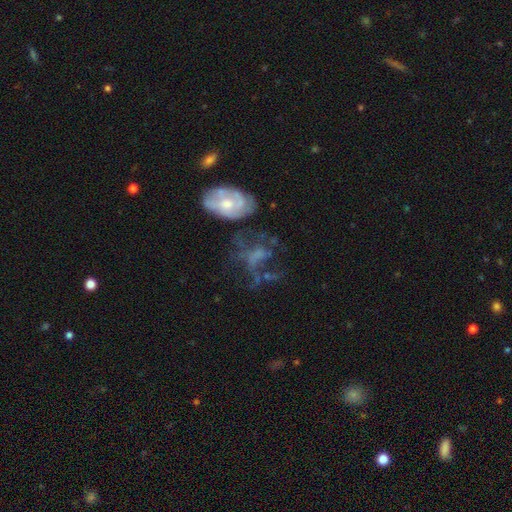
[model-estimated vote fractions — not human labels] A featured or disk galaxy (54%) with no bar (75%), no spiral arms (62%) and no central bulge (42%). Merging: none (34%).